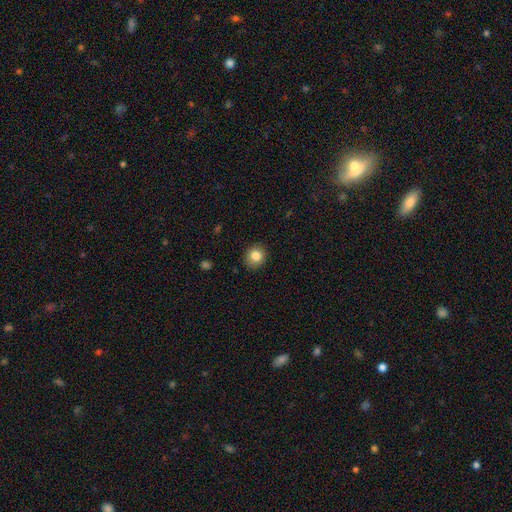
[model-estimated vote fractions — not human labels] The model was most divided on "how rounded": round: 83%, in between: 16%, cigar-shaped: 1%. More confident: merging — none (88%); smooth or featured — smooth (84%).